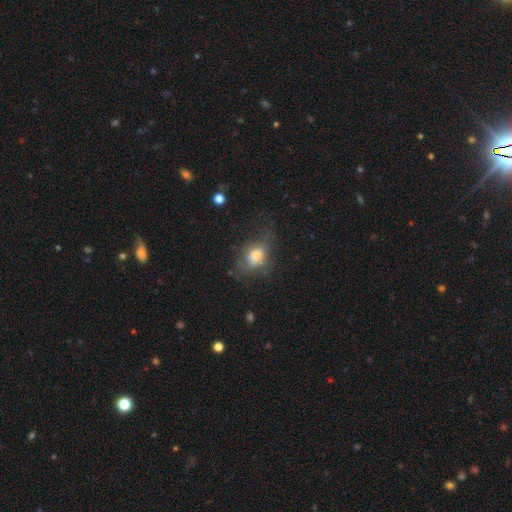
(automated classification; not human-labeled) This is likely a smooth galaxy (68%). How rounded: likely in between (66%). Merging: marginally none (45%).